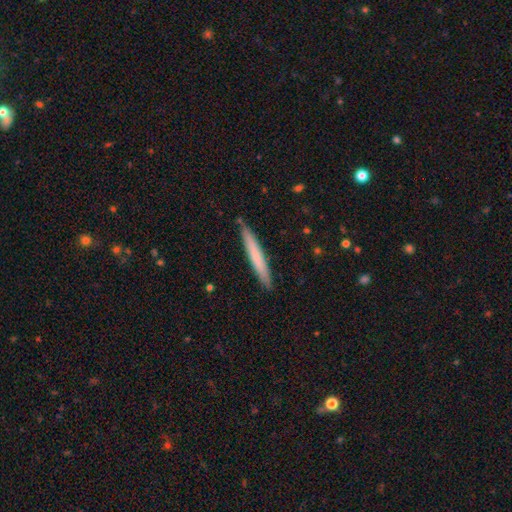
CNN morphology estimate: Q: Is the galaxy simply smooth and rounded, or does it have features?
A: smooth — 67%.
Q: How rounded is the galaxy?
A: cigar-shaped — 96%.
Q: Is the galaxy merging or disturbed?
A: none — 89%.